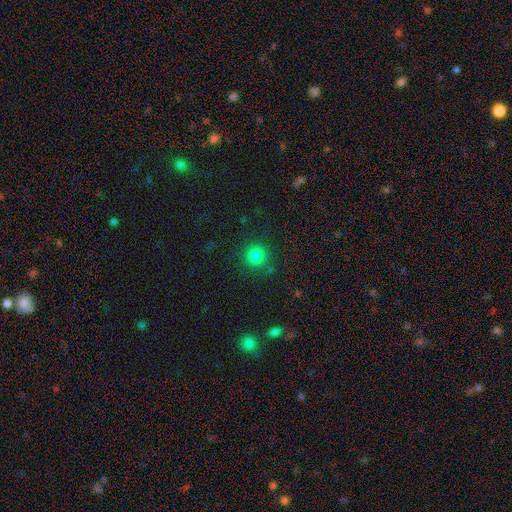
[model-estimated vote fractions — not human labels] This appears to be a smooth galaxy with no disk features (82%) that is round (94%). Merging: none (88%).